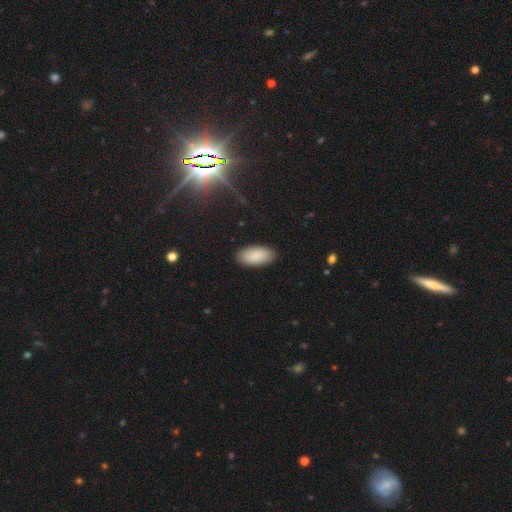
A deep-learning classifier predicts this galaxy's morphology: A smooth galaxy with no disk features (89%) that is in between round and cigar-shaped (93%).

Vote fractions:
- Smooth or featured? smooth: 89% / star or artifact: 6% / featured or disk: 5%
- How rounded? in between: 93% / cigar-shaped: 5% / round: 2%
- Merging? none: 88% / minor disturbance: 9% / major disturbance: 2% / merger: 1%